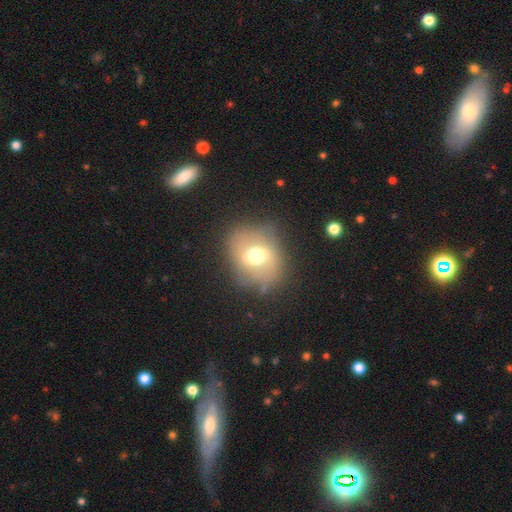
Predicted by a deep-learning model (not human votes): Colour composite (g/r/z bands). It shows a smooth galaxy with no disk features (50%). Merging: none (68%).